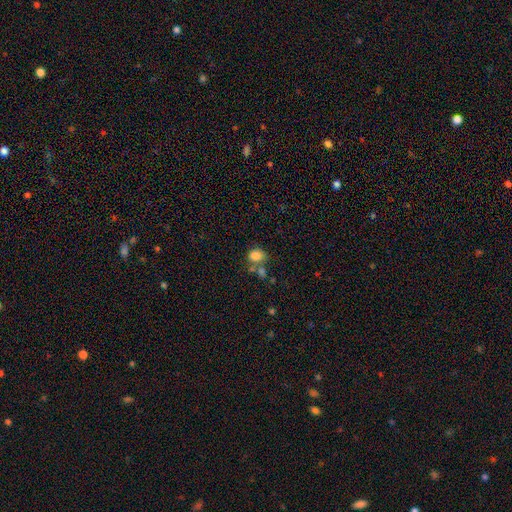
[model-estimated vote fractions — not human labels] Smooth or featured: smooth — 82% (star or artifact — 11%)
How rounded: round — 51% (in between — 48%)
Merging: none — 52% (merger — 27%)